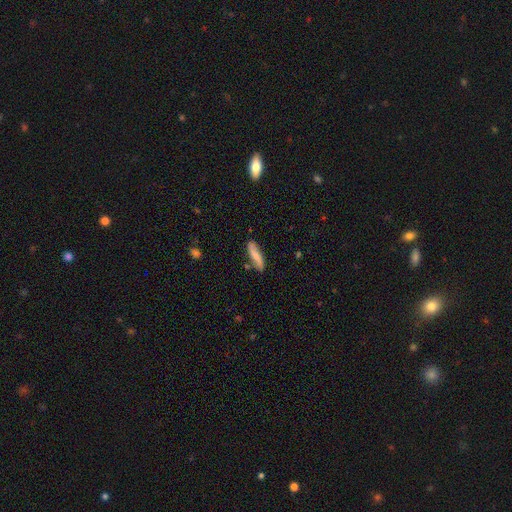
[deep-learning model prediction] smooth 61%, featured or disk 32%, star or artifact 6%. Down the decision tree: how rounded — cigar-shaped (75%); merging — none (73%).